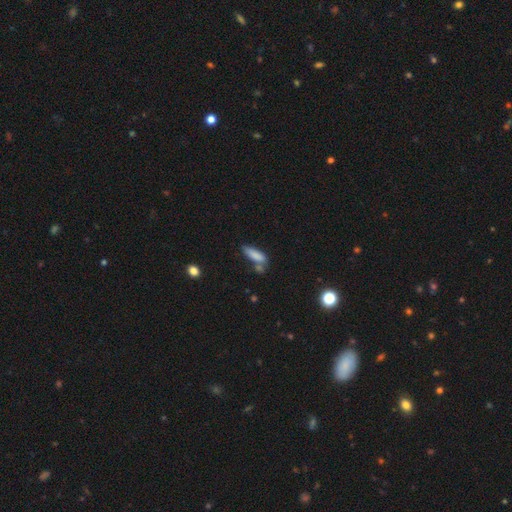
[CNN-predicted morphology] type=smooth (82%); roundness=cigar-shaped (51%); merging=none (53%).